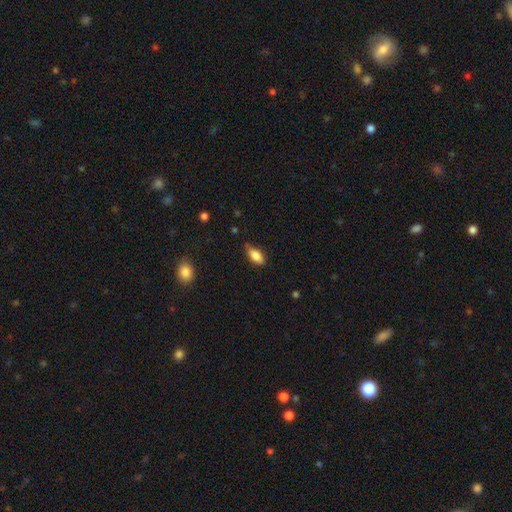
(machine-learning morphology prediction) smooth_or_featured: smooth (p=0.82) [alt: featured or disk p=0.11]
how_rounded: in between (p=0.86) [alt: cigar-shaped p=0.10]
merging: none (p=0.62) [alt: minor disturbance p=0.31]